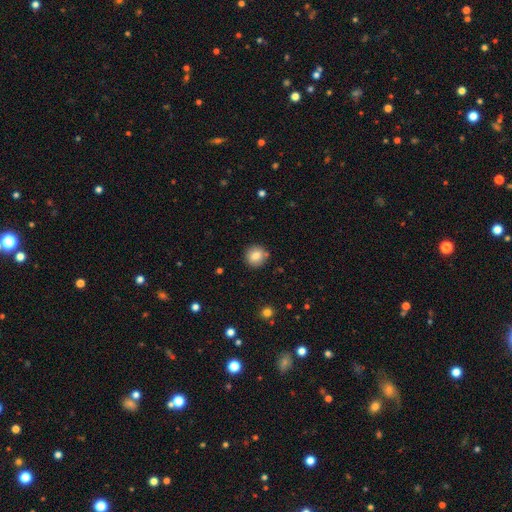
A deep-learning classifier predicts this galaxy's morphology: The model was most divided on "smooth or featured": smooth: 82%, star or artifact: 9%, featured or disk: 8%. More confident: how rounded — round (92%); merging — none (88%).